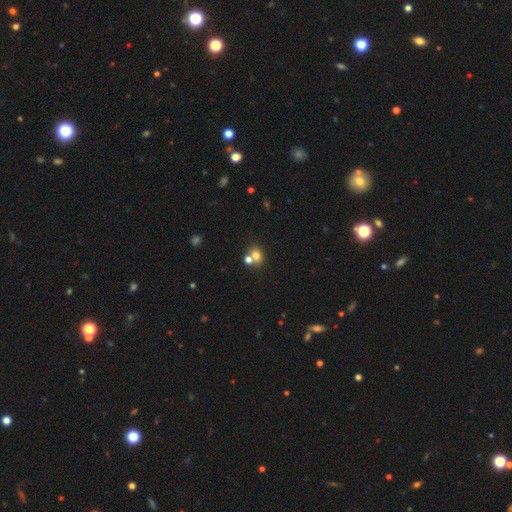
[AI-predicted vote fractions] Smooth or featured?
  - smooth: 72% *
  - star or artifact: 15%
  - featured or disk: 14%
How rounded?
  - round: 63% *
  - in between: 35%
  - cigar-shaped: 1%
Merging?
  - none: 46% *
  - merger: 42%
  - minor disturbance: 8%
  - major disturbance: 4%